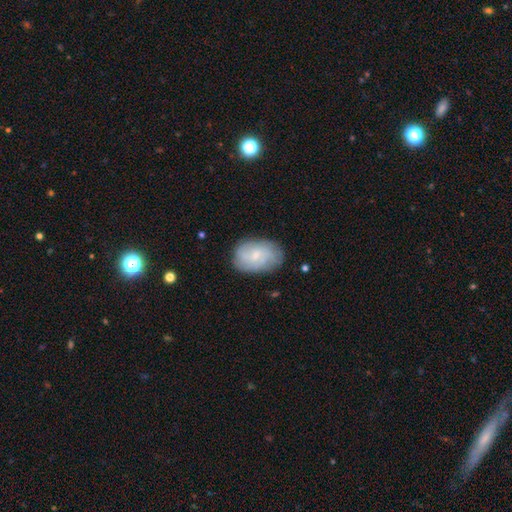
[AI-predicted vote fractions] This appears to be a smooth galaxy with no disk features (47%). Merging: none (75%).